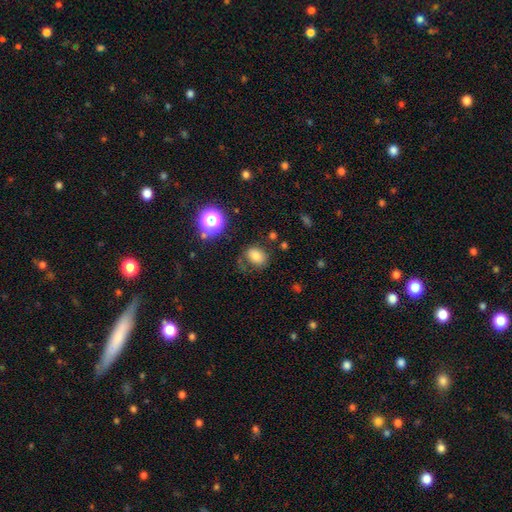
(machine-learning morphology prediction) Smooth or featured: smooth — 77% (star or artifact — 14%)
How rounded: in between — 60% (round — 38%)
Merging: none — 67% (minor disturbance — 20%)